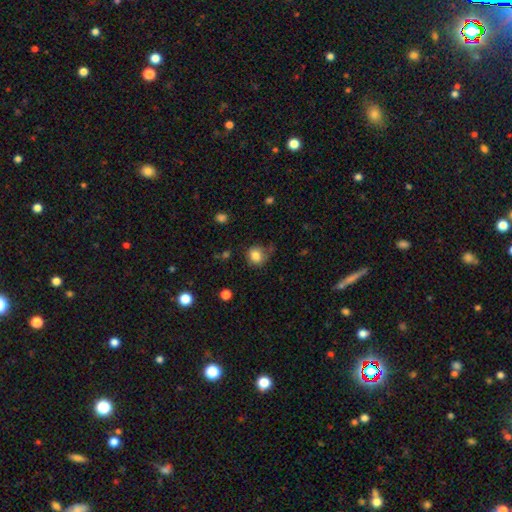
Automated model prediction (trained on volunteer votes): A smooth galaxy with no disk features (83%) that is round (83%).

Vote fractions:
- Smooth or featured? smooth: 83% / star or artifact: 11% / featured or disk: 6%
- How rounded? round: 83% / in between: 16% / cigar-shaped: 1%
- Merging? none: 75% / minor disturbance: 17% / major disturbance: 5% / merger: 4%